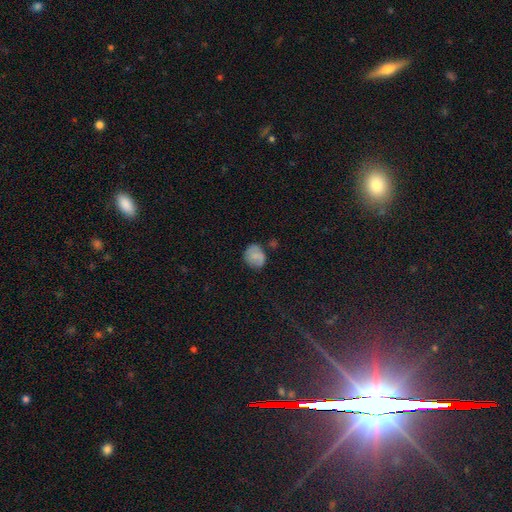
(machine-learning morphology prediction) smooth_or_featured: smooth (p=0.72) [alt: featured or disk p=0.18]
how_rounded: round (p=0.68) [alt: in between p=0.31]
merging: none (p=0.66) [alt: minor disturbance p=0.22]